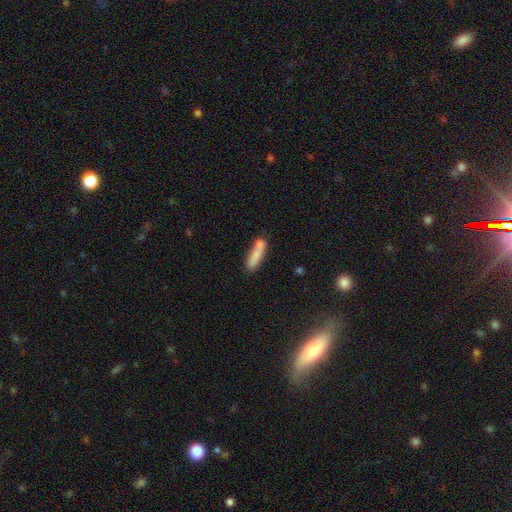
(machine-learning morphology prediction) Overall: smooth (77%). How rounded: cigar-shaped (74%). Merging: none (57%; merger 20%).